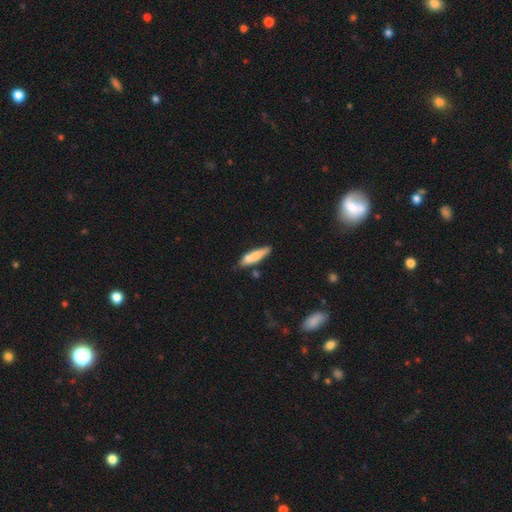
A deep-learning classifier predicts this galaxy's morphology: This is likely a smooth galaxy (75%). How rounded: likely cigar-shaped (77%). Merging: likely none (68%).